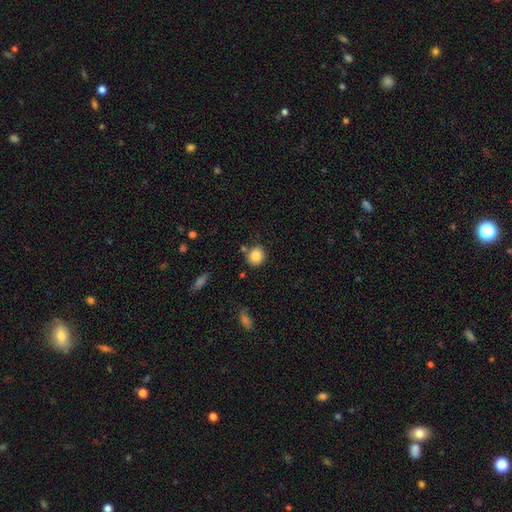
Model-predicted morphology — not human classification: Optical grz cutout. It shows a smooth galaxy with no disk features (85%) that is round (85%). Merging: none (80%).